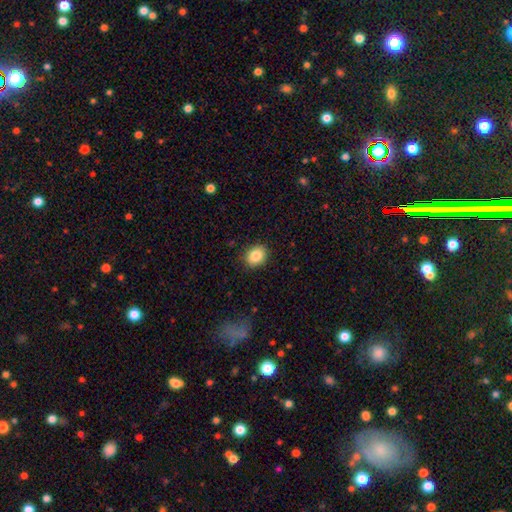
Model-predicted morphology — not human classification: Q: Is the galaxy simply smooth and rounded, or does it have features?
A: smooth — 86%.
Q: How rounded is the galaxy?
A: in between — 51%.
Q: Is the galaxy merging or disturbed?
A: none — 88%.